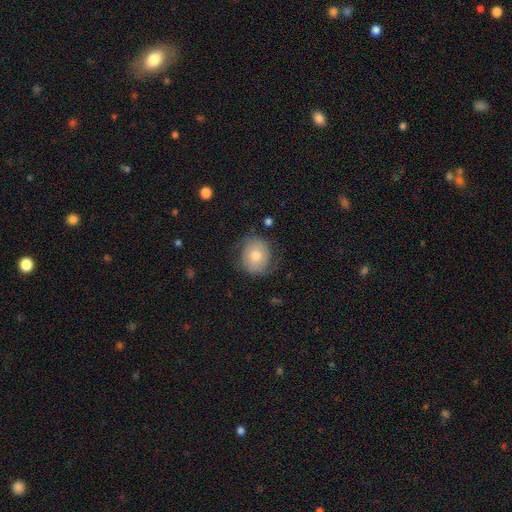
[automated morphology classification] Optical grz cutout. It shows a smooth galaxy with no disk features (49%). Merging: none (69%).